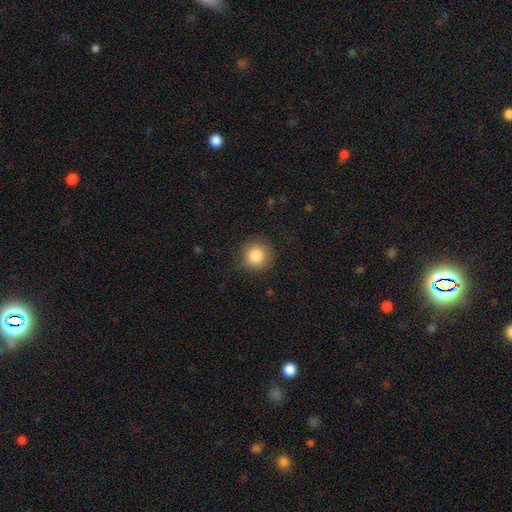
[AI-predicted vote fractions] smooth 85%, star or artifact 10%, featured or disk 5%. Down the decision tree: how rounded — round (92%); merging — none (86%).